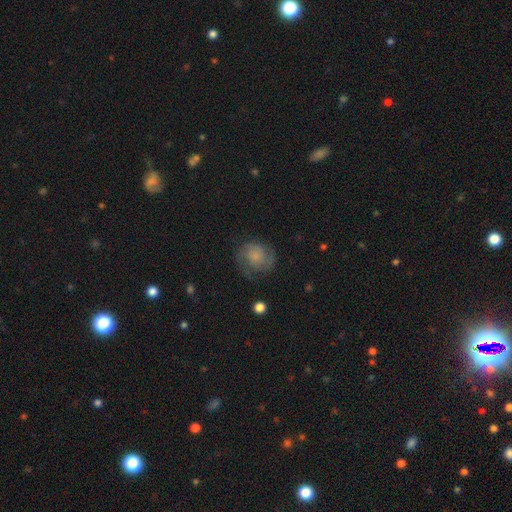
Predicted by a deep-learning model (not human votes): smooth_or_featured: featured or disk (p=0.62) [alt: smooth p=0.29]
disk_edge_on: no (p=0.98) [alt: yes p=0.02]
bar: no (p=0.74) [alt: weak p=0.23]
has_spiral_arms: yes (p=0.92) [alt: no p=0.08]
spiral_winding: tight (p=0.43) [alt: medium p=0.42]
spiral_arm_count: 2 (p=0.66) [alt: can't tell p=0.15]
bulge_size: none (p=0.36) [alt: small p=0.32]
merging: none (p=0.70) [alt: minor disturbance p=0.19]